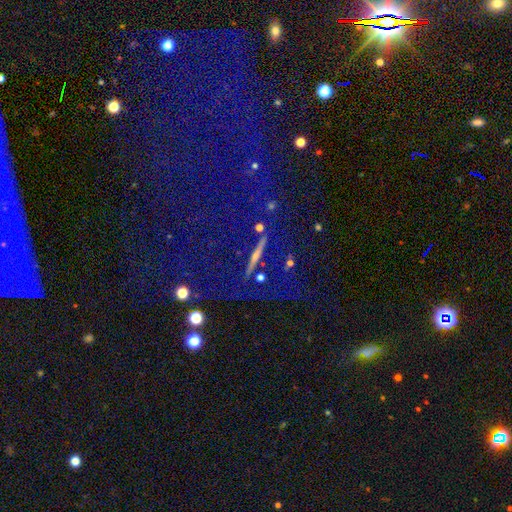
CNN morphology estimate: This appears to be a featured or disk galaxy (65%) viewed edge-on (93%) with a rounded central bulge (87%). Merging: none (85%).